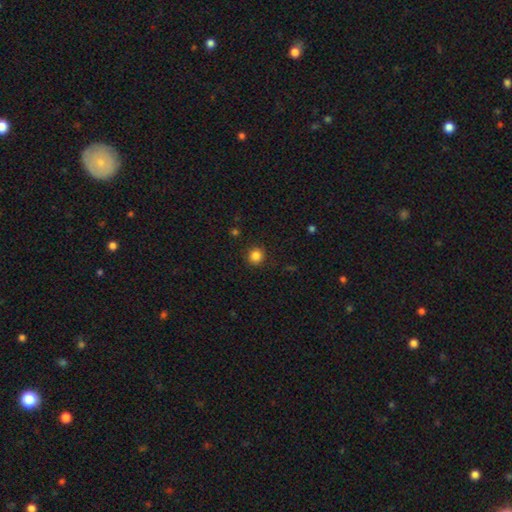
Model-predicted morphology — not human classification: Overall: smooth (85%). How rounded: round (90%). Merging: none (91%).